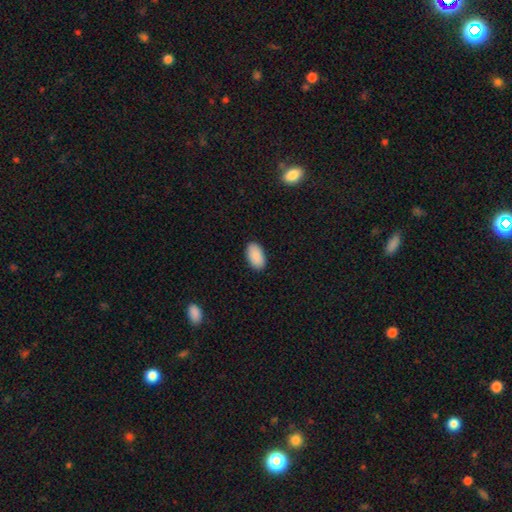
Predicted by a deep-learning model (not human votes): This appears to be a smooth galaxy with no disk features (91%) that is in between round and cigar-shaped (95%). Merging: none (89%).